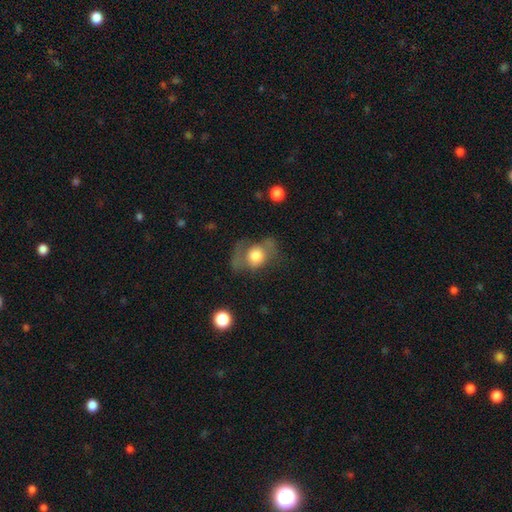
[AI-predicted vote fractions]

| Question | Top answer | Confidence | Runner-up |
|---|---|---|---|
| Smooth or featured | smooth | 57% | featured or disk (36%) |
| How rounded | in between | 50% | round (47%) |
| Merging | none | 43% | major disturbance (30%) |